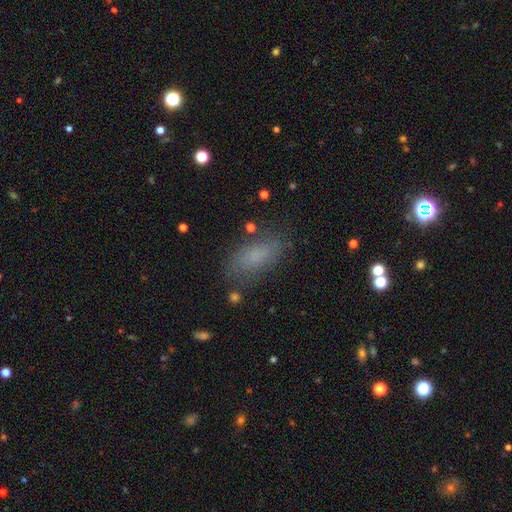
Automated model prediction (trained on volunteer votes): Q: Smooth or featured?
A: smooth (78%); runner-up: star or artifact (13%)
Q: How rounded?
A: in between (83%); runner-up: cigar-shaped (12%)
Q: Merging?
A: none (78%); runner-up: minor disturbance (15%)